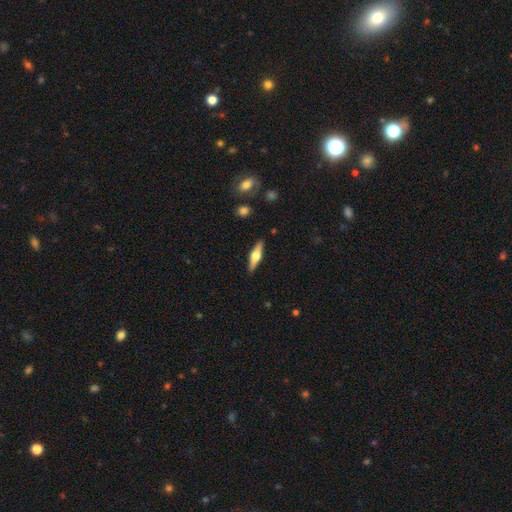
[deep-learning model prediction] smooth-or-featured: featured or disk: 66% | smooth: 29% | star or artifact: 5%
  disk-edge-on: yes: 97% | no: 3%
    edge-on-bulge: rounded: 93% | boxy: 5% | none: 2%
  merging: none: 89% | minor disturbance: 8% | major disturbance: 2% | merger: 1%